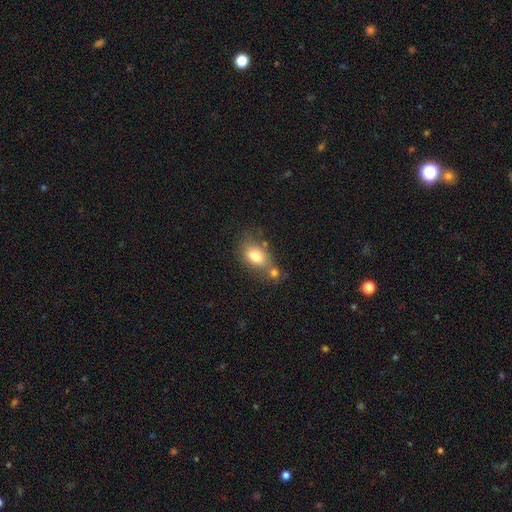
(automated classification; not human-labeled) Q: Smooth or featured?
A: smooth (77%); runner-up: featured or disk (15%)
Q: How rounded?
A: in between (77%); runner-up: round (21%)
Q: Merging?
A: none (41%); runner-up: merger (37%)